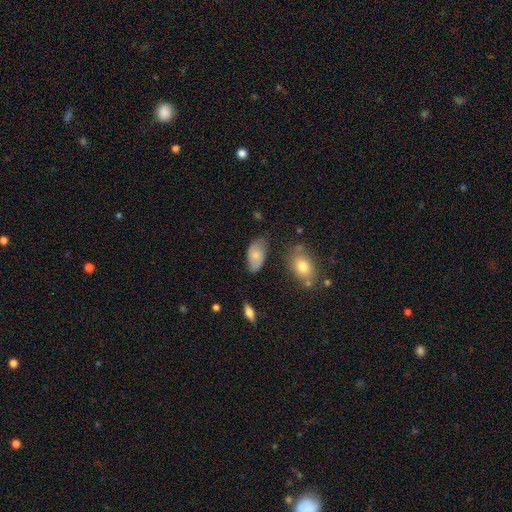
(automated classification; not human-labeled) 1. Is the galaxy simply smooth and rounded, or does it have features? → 66% smooth, 26% featured or disk, 8% star or artifact.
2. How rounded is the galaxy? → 93% in between, 5% round, 2% cigar-shaped.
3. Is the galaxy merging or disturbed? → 61% none, 28% minor disturbance, 7% major disturbance, 4% merger.